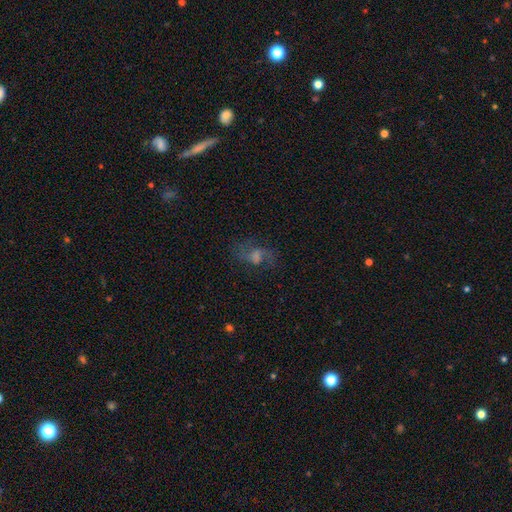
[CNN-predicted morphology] This is possibly a featured or disk galaxy (58%). It is clearly not viewed edge-on (94%). Bar: possibly weak (46%). Spiral arm pattern: clearly yes (86%). Central bulge: marginally moderate (37%). Merging: likely none (67%).